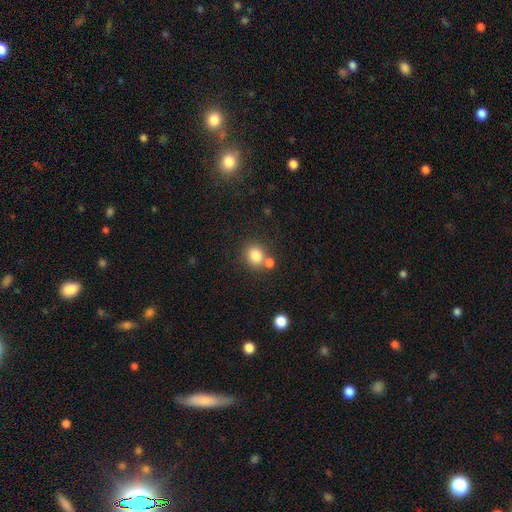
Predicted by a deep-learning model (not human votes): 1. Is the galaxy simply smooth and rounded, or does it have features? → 82% smooth, 11% star or artifact, 7% featured or disk.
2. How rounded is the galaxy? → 76% round, 23% in between, 1% cigar-shaped.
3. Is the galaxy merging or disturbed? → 63% none, 24% merger, 10% minor disturbance, 4% major disturbance.